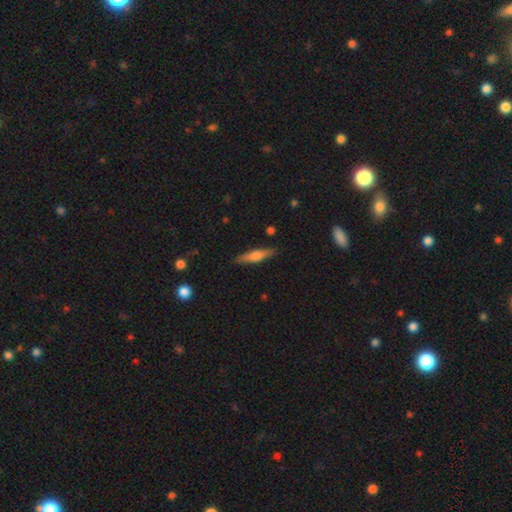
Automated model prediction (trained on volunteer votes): A smooth galaxy with no disk features (60%) that is cigar-shaped (80%). Merging: none (88%).